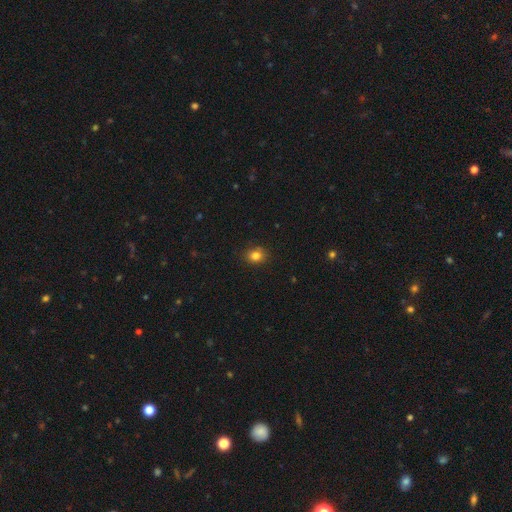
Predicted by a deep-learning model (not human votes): A smooth galaxy with no disk features (83%) that is round (61%). Merging: none (88%).